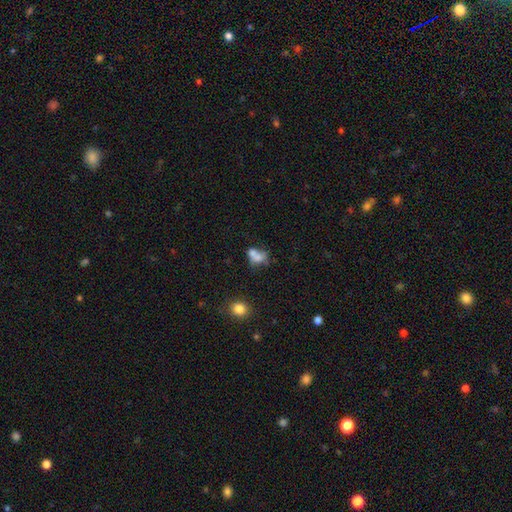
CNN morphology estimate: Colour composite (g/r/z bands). It shows a smooth galaxy with no disk features (66%) that is in between round and cigar-shaped (56%). Merging: merger (59%).